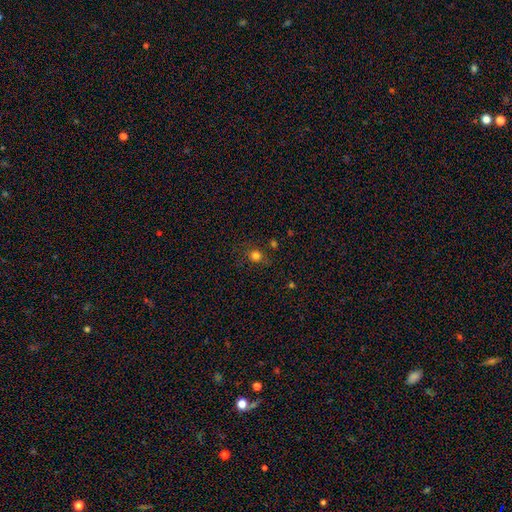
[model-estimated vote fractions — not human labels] smooth 75%, star or artifact 18%, featured or disk 7%. Down the decision tree: how rounded — round (85%); merging — none (79%).